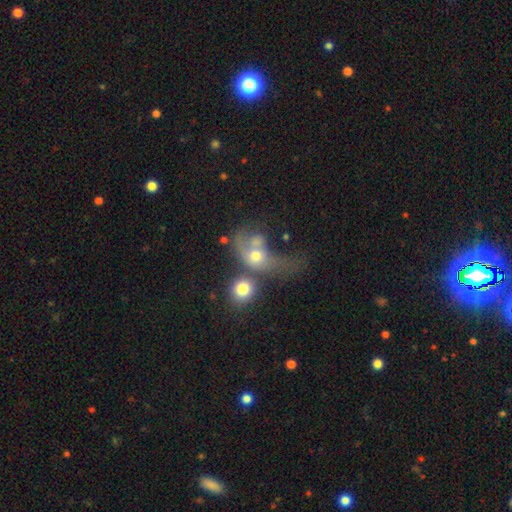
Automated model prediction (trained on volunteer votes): smooth-or-featured: smooth: 51% | featured or disk: 37% | star or artifact: 12%
  how-rounded: round: 49% | in between: 47% | cigar-shaped: 4%
  merging: merger: 53% | major disturbance: 30% | none: 10% | minor disturbance: 7%